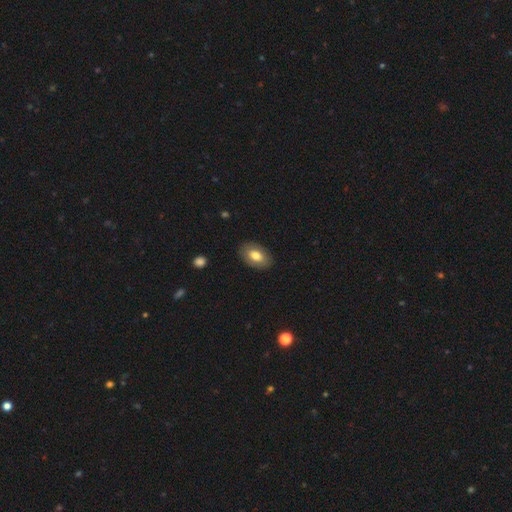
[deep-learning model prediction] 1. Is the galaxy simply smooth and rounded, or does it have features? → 75% smooth, 18% featured or disk, 7% star or artifact.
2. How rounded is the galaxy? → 90% in between, 9% round, 1% cigar-shaped.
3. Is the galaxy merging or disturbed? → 86% none, 10% minor disturbance, 3% major disturbance, 1% merger.